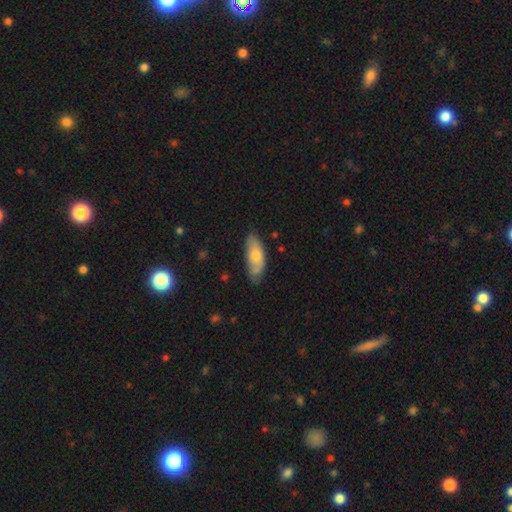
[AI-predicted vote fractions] The model was most divided on "merging": none: 60%, minor disturbance: 30%, major disturbance: 6%, merger: 4%. More confident: how rounded — in between (78%); smooth or featured — smooth (68%).